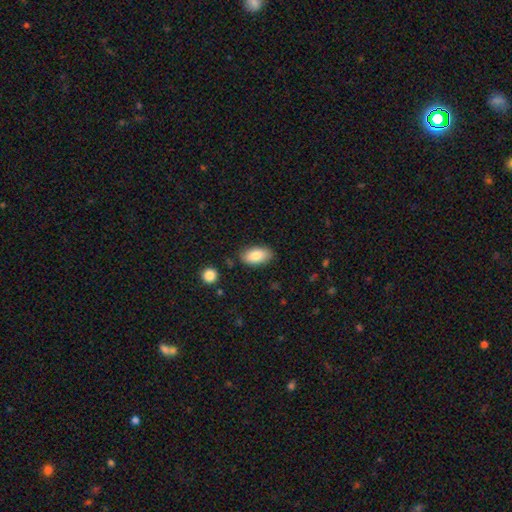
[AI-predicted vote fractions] Smooth or featured: smooth — 83% (featured or disk — 10%)
How rounded: in between — 93% (round — 4%)
Merging: none — 83% (minor disturbance — 12%)